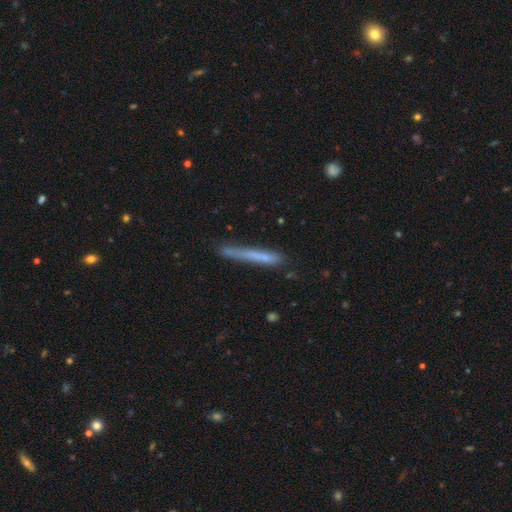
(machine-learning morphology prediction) Smooth or featured? smooth (61%)
How rounded? cigar-shaped (97%)
Merging? none (77%)